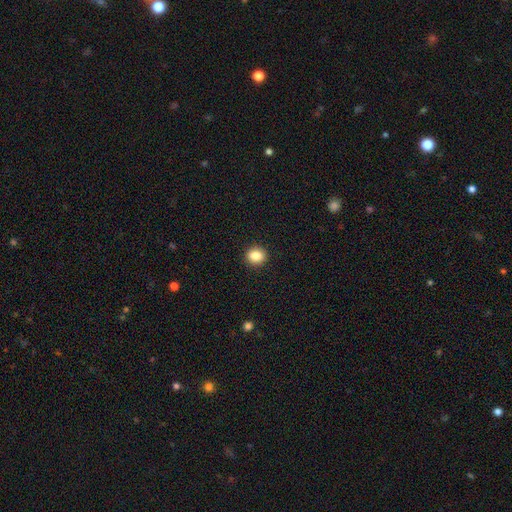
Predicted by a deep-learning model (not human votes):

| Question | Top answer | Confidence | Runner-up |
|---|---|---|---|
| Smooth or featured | smooth | 84% | star or artifact (10%) |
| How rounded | round | 78% | in between (21%) |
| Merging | none | 92% | minor disturbance (5%) |